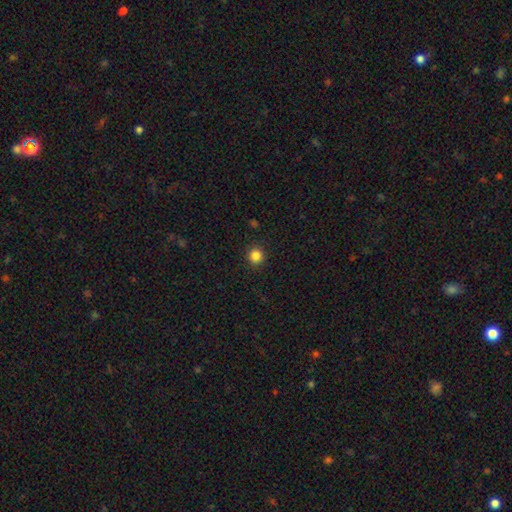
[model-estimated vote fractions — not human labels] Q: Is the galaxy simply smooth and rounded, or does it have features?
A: smooth — 85%.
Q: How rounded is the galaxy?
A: round — 93%.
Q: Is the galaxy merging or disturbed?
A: none — 92%.